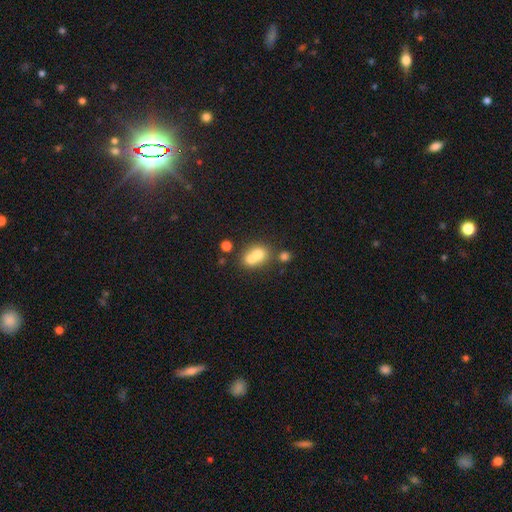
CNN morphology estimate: type=smooth (67%); roundness=round (68%); merging=merger (65%).